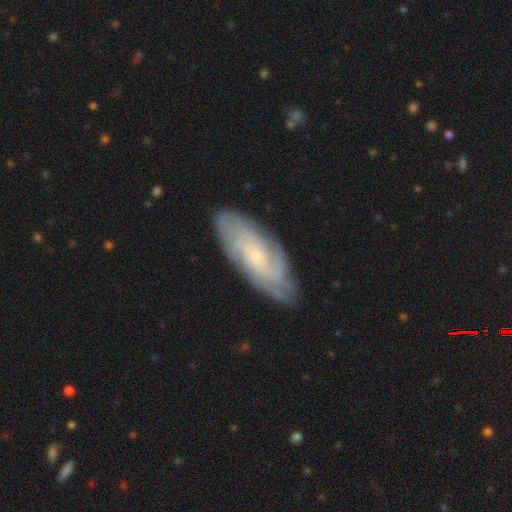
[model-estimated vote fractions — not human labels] Smooth or featured? featured or disk (77%)
Edge-on disk? no (90%)
Bar? no (70%)
Spiral arms? yes (94%)
Spiral winding? tight (66%)
Spiral arm count? can't tell (46%)
Bulge size? small (78%)
Merging? none (79%)